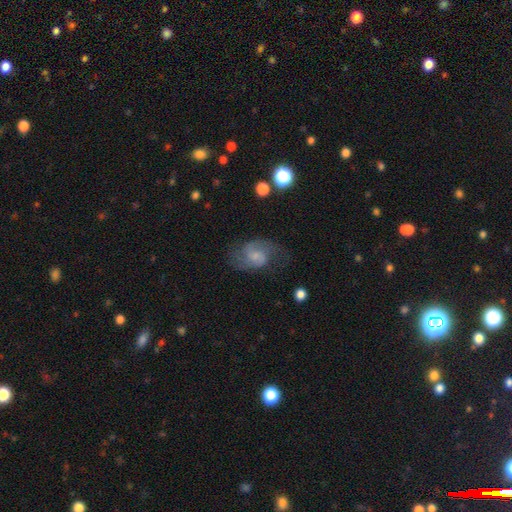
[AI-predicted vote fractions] The model was most divided on "bar": no: 53%, weak: 41%, strong: 6%. Remaining: edge-on disk — no (97%); spiral arms — yes (90%); spiral arm count — 2 (81%); smooth or featured — featured or disk (67%); merging — none (59%); bulge size — small (52%); spiral winding — medium (50%).